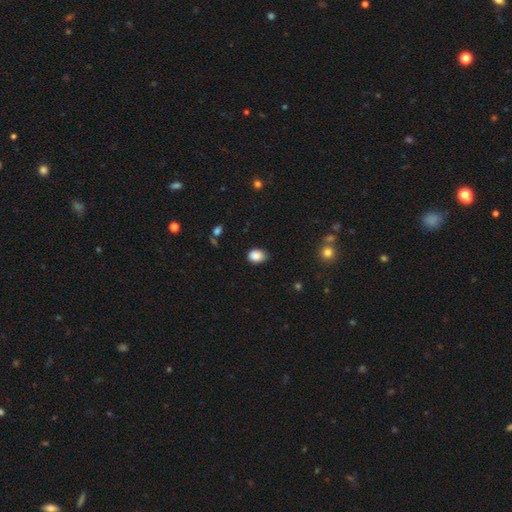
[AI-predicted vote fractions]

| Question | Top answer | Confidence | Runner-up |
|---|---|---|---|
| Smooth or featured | smooth | 86% | star or artifact (9%) |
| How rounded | in between | 65% | round (34%) |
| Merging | none | 65% | minor disturbance (29%) |